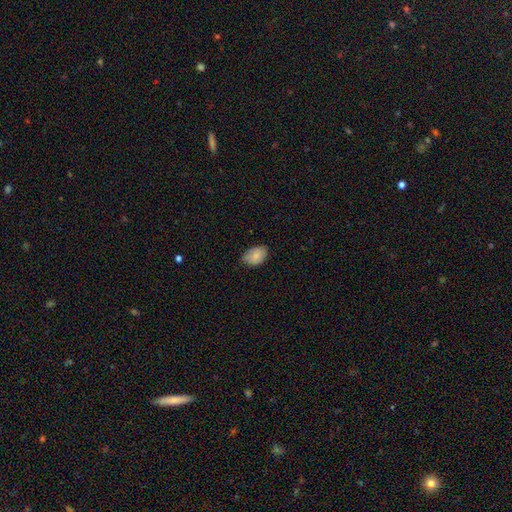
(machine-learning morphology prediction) smooth-or-featured: smooth: 83% | featured or disk: 10% | star or artifact: 7%
  how-rounded: in between: 85% | round: 13% | cigar-shaped: 1%
  merging: none: 73% | minor disturbance: 23% | major disturbance: 3% | merger: 1%